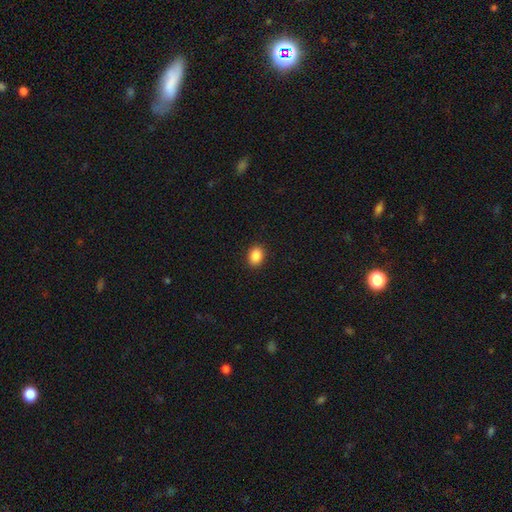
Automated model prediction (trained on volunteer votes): Smooth or featured?
  - smooth: 89% *
  - star or artifact: 9%
  - featured or disk: 3%
How rounded?
  - in between: 67% *
  - round: 32%
  - cigar-shaped: 1%
Merging?
  - none: 90% *
  - minor disturbance: 7%
  - major disturbance: 2%
  - merger: 1%